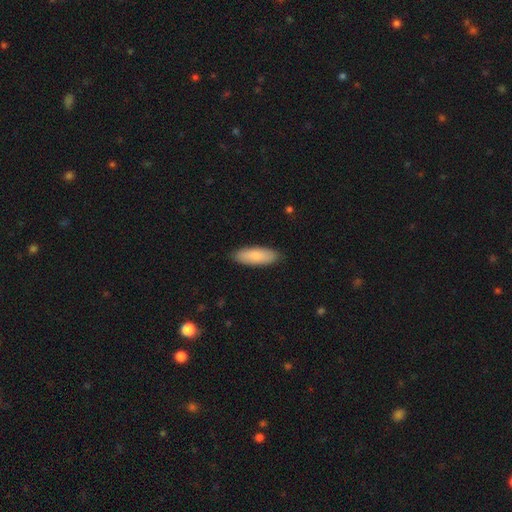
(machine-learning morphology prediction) Q: Smooth or featured?
A: smooth (83%); runner-up: featured or disk (11%)
Q: How rounded?
A: in between (71%); runner-up: cigar-shaped (27%)
Q: Merging?
A: none (88%); runner-up: minor disturbance (9%)